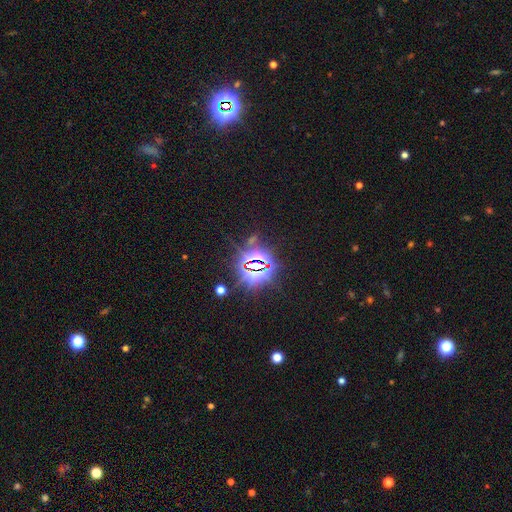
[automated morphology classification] A star or artifact, not a galaxy (84%).